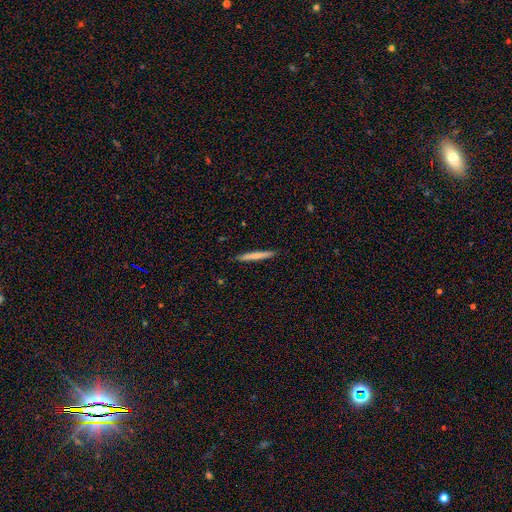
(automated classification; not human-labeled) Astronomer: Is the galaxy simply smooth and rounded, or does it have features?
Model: smooth — 70%.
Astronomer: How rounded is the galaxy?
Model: cigar-shaped — 97%.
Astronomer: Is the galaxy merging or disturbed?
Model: none — 92%.